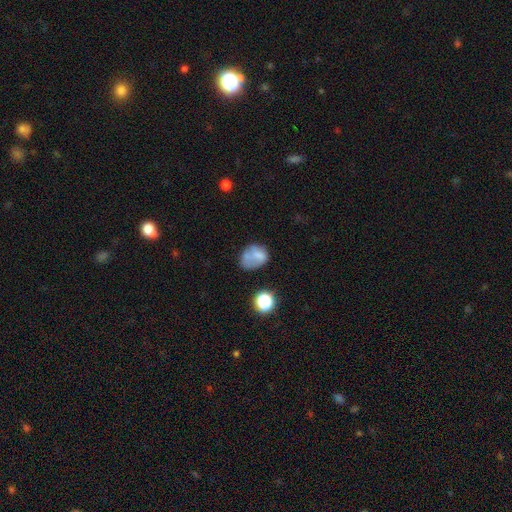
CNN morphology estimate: type=smooth (61%); roundness=in between (56%); merging=none (39%).